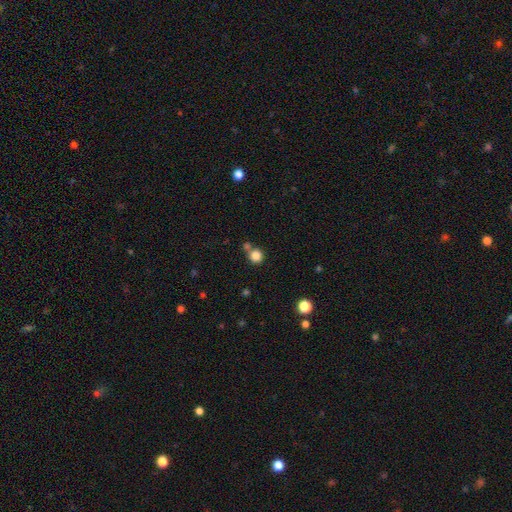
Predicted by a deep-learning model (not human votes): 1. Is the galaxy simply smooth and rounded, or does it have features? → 83% smooth, 12% star or artifact, 5% featured or disk.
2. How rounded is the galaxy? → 91% round, 8% in between, 1% cigar-shaped.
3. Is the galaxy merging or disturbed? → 64% none, 24% merger, 9% minor disturbance, 3% major disturbance.